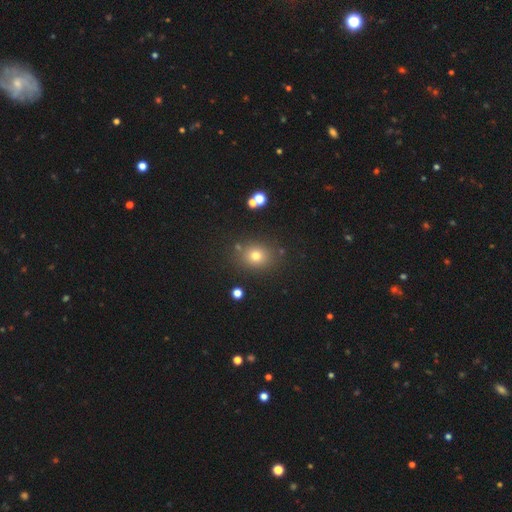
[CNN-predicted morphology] Q: Smooth or featured?
A: smooth (73%); runner-up: star or artifact (18%)
Q: How rounded?
A: round (68%); runner-up: in between (31%)
Q: Merging?
A: none (83%); runner-up: minor disturbance (9%)